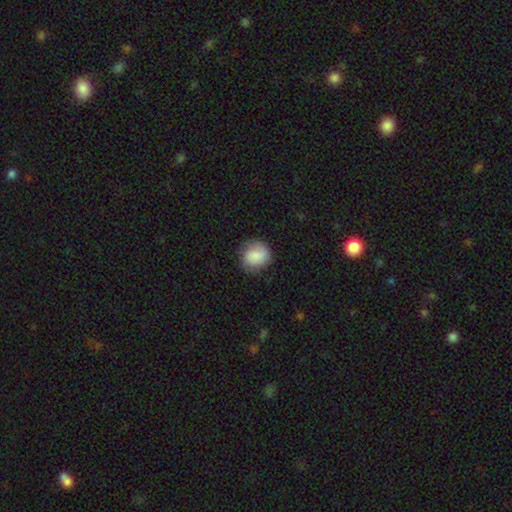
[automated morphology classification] smooth-or-featured: smooth: 83% | featured or disk: 10% | star or artifact: 7%
  how-rounded: round: 83% | in between: 16% | cigar-shaped: 1%
  merging: none: 76% | minor disturbance: 18% | major disturbance: 5% | merger: 1%